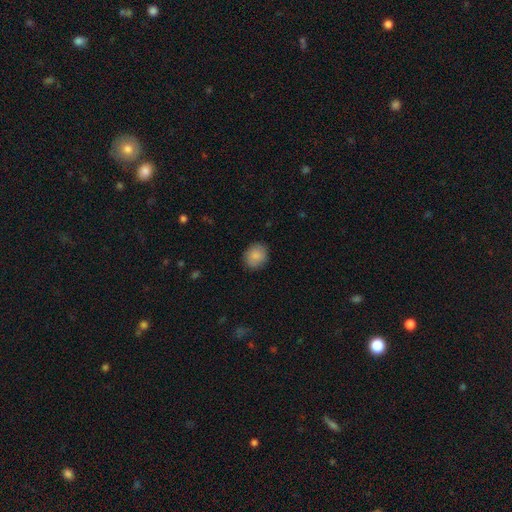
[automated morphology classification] Smooth or featured?
  - smooth: 88% *
  - star or artifact: 7%
  - featured or disk: 5%
How rounded?
  - round: 65% *
  - in between: 34%
  - cigar-shaped: 1%
Merging?
  - none: 87% *
  - minor disturbance: 10%
  - major disturbance: 2%
  - merger: 1%